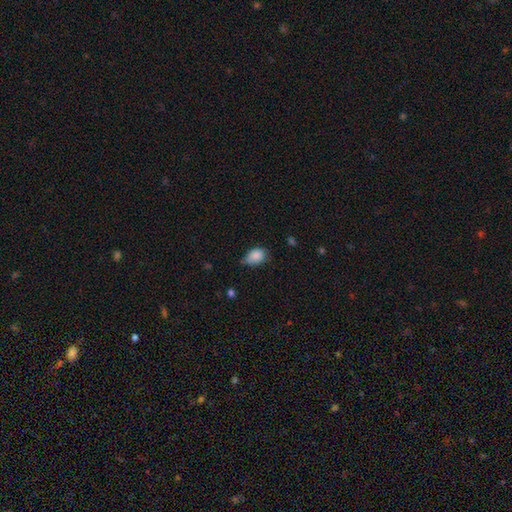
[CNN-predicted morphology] The model was most divided on "merging": none: 47%, minor disturbance: 43%, major disturbance: 7%, merger: 2%. More confident: smooth or featured — smooth (86%); how rounded — in between (80%).